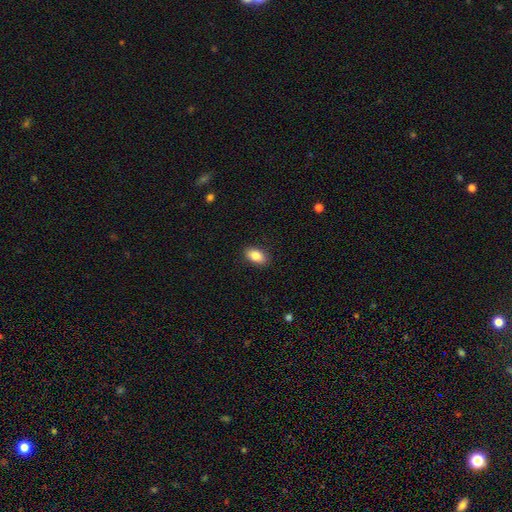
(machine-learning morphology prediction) type=smooth (85%); roundness=in between (91%); merging=none (89%).